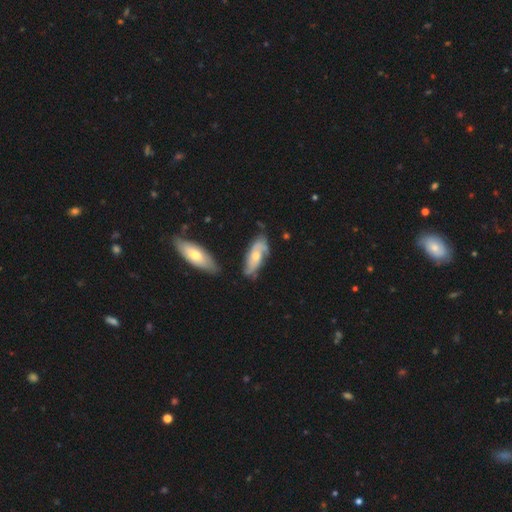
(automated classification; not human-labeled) Smooth or featured? Predicted: featured or disk (p=0.65). Edge-on disk? Predicted: no (p=0.88). Bar? Predicted: no (p=0.71). Spiral arms? Predicted: yes (p=0.86). Bulge size? Predicted: moderate (p=0.51). Merging? Predicted: none (p=0.59).